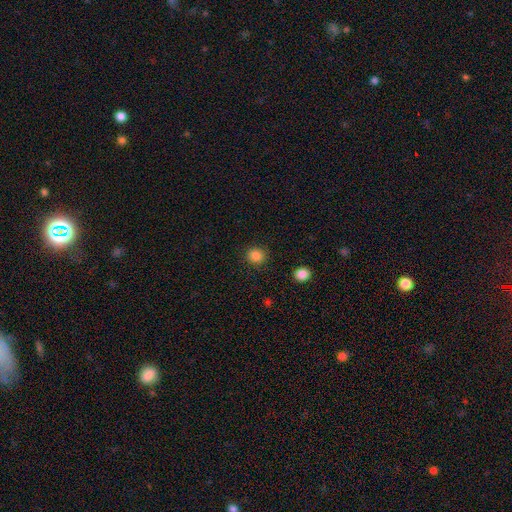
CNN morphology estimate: Overall: smooth (86%). How rounded: round (84%). Merging: none (89%).